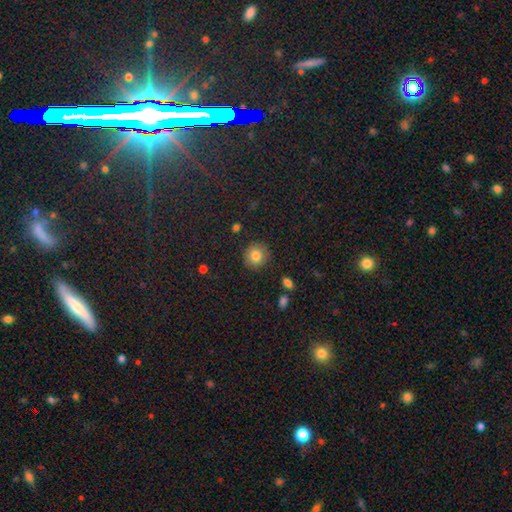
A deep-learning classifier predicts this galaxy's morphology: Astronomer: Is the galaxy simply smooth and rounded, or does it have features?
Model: smooth — 81%.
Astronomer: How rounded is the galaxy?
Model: round — 91%.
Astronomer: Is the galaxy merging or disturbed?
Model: none — 88%.